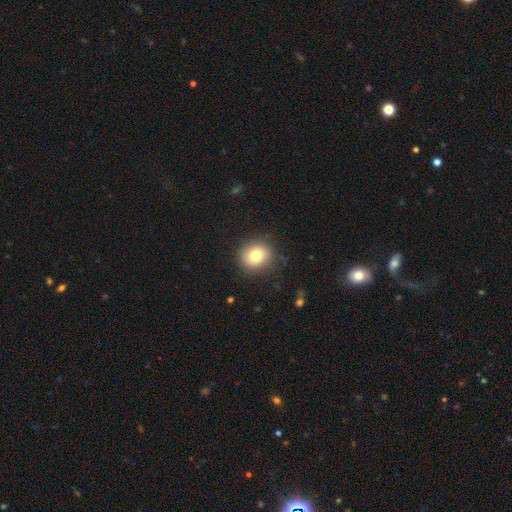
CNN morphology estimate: type=smooth (80%); roundness=round (82%); merging=none (85%).